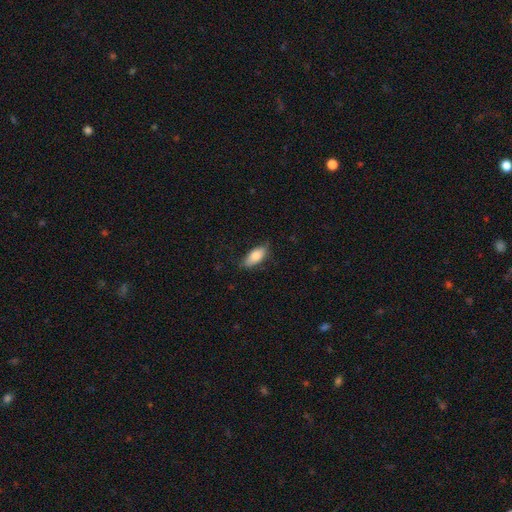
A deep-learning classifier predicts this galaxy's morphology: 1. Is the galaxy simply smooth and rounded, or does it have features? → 82% smooth, 12% featured or disk, 6% star or artifact.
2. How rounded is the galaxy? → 85% in between, 12% cigar-shaped, 2% round.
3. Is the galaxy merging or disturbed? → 74% none, 21% minor disturbance, 4% major disturbance, 1% merger.